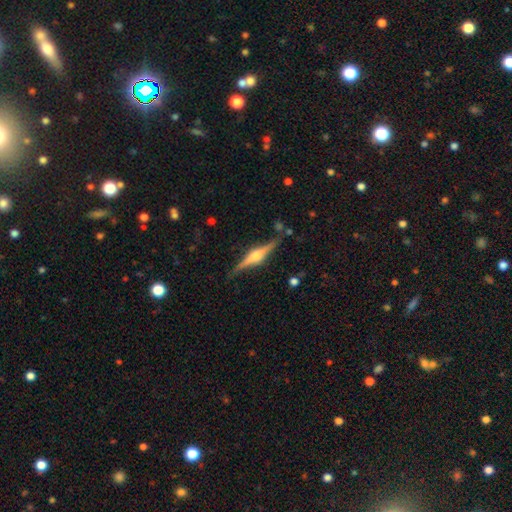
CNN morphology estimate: This appears to be a featured or disk galaxy (81%) viewed edge-on (98%) with a rounded central bulge (93%). Merging: none (85%).